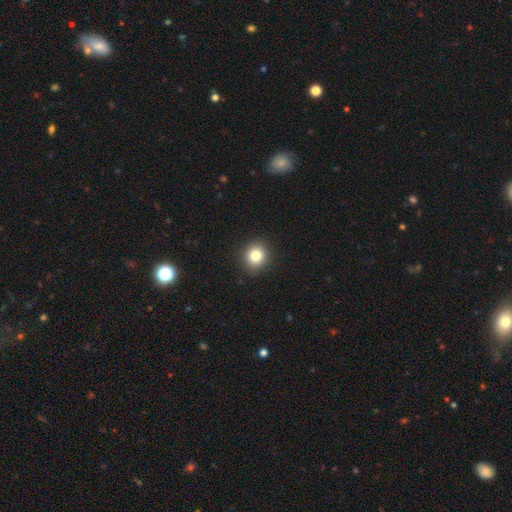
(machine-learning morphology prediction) A smooth galaxy with no disk features (83%) that is round (82%).

Vote fractions:
- Smooth or featured? smooth: 83% / star or artifact: 11% / featured or disk: 6%
- How rounded? round: 82% / in between: 17% / cigar-shaped: 1%
- Merging? none: 90% / minor disturbance: 7% / major disturbance: 2% / merger: 1%